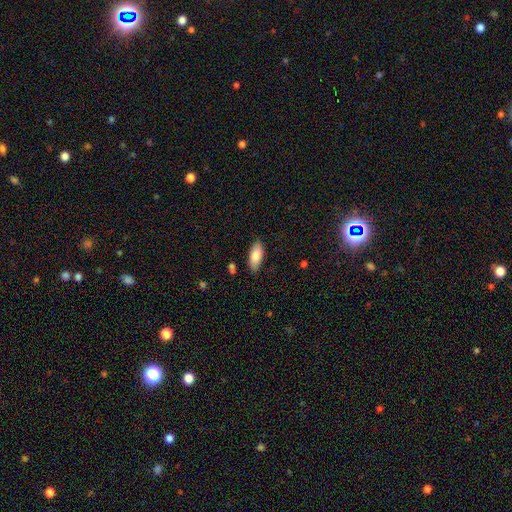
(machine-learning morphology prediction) A smooth galaxy with no disk features (82%) that is in between round and cigar-shaped (85%). Merging: none (84%).